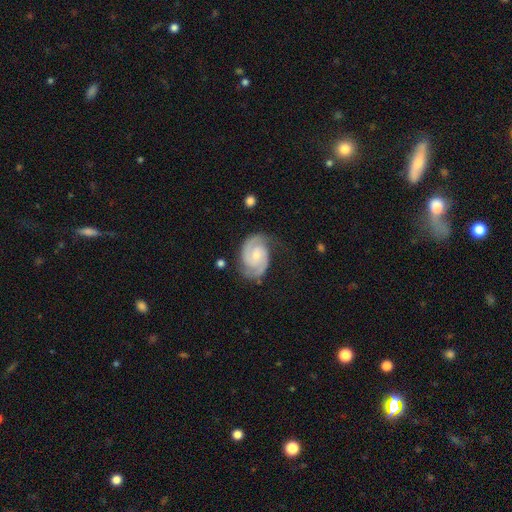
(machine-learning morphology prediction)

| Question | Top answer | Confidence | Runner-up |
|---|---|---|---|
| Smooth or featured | featured or disk | 90% | smooth (5%) |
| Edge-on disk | no | 98% | yes (2%) |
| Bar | no | 52% | weak (40%) |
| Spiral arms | yes | 98% | no (2%) |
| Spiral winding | tight | 48% | medium (44%) |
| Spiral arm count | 2 | 91% | can't tell (3%) |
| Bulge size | small | 58% | moderate (34%) |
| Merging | none | 75% | minor disturbance (18%) |